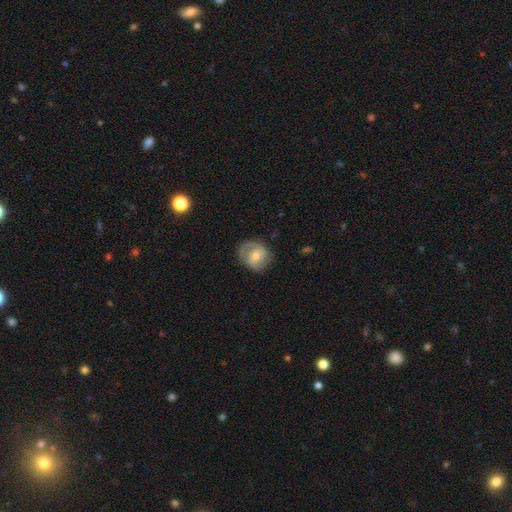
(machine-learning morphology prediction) smooth_or_featured: featured or disk (p=0.65) [alt: smooth p=0.28]
disk_edge_on: no (p=0.97) [alt: yes p=0.03]
bar: no (p=0.47) [alt: weak p=0.41]
has_spiral_arms: yes (p=0.87) [alt: no p=0.13]
spiral_winding: medium (p=0.46) [alt: tight p=0.37]
spiral_arm_count: 2 (p=0.74) [alt: can't tell p=0.13]
bulge_size: moderate (p=0.57) [alt: small p=0.37]
merging: none (p=0.72) [alt: minor disturbance p=0.19]